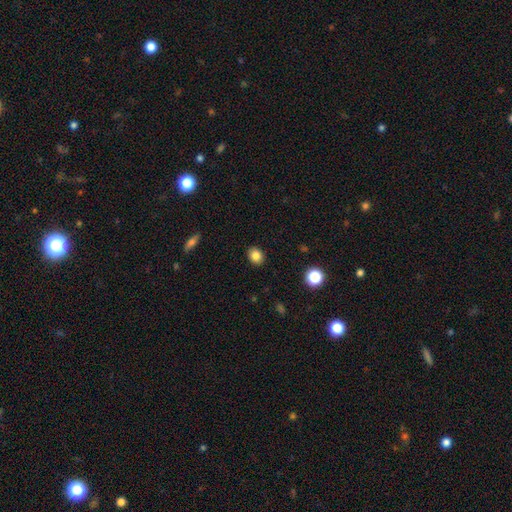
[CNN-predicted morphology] Overall: smooth (83%). How rounded: round (57%; in between 42%). Merging: none (90%).